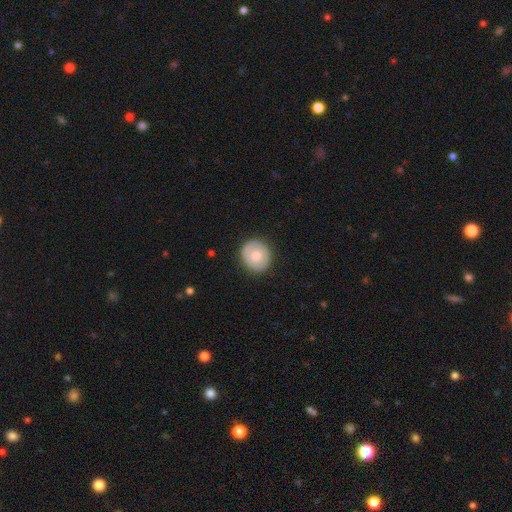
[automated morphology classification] Overall: smooth (65%; featured or disk 29%). How rounded: round (84%). Merging: none (86%).